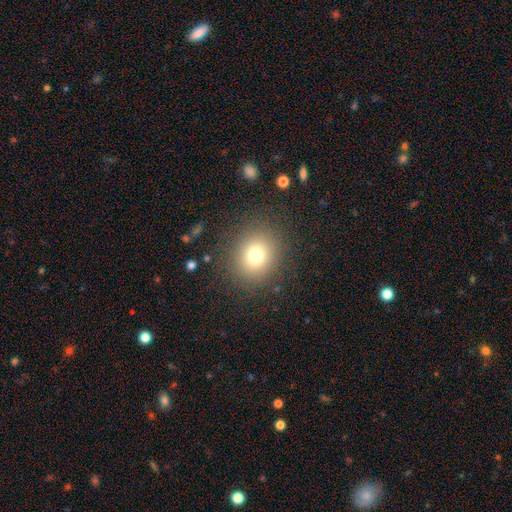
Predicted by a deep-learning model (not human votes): Morphology: type=smooth (74%); roundness=round (80%); merging=none (86%).